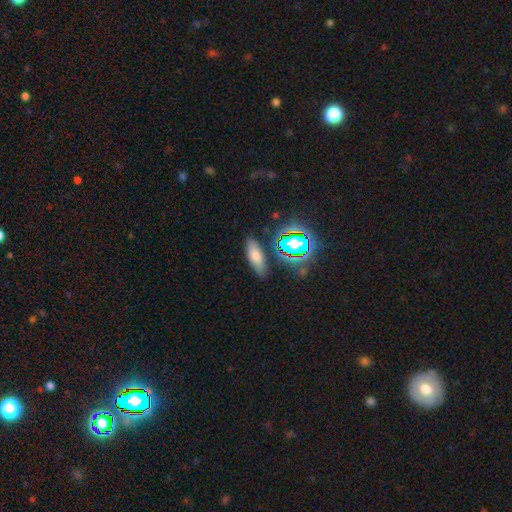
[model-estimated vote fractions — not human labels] A smooth galaxy with no disk features (64%) that is in between round and cigar-shaped (61%).

Vote fractions:
- Smooth or featured? smooth: 64% / star or artifact: 19% / featured or disk: 17%
- How rounded? in between: 61% / cigar-shaped: 34% / round: 6%
- Merging? none: 81% / minor disturbance: 11% / merger: 4% / major disturbance: 3%